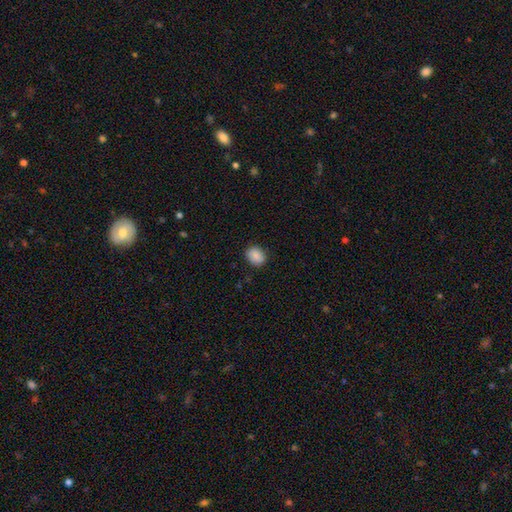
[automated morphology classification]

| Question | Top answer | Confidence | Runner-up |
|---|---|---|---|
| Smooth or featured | smooth | 85% | star or artifact (8%) |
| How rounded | in between | 52% | round (47%) |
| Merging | none | 85% | minor disturbance (12%) |